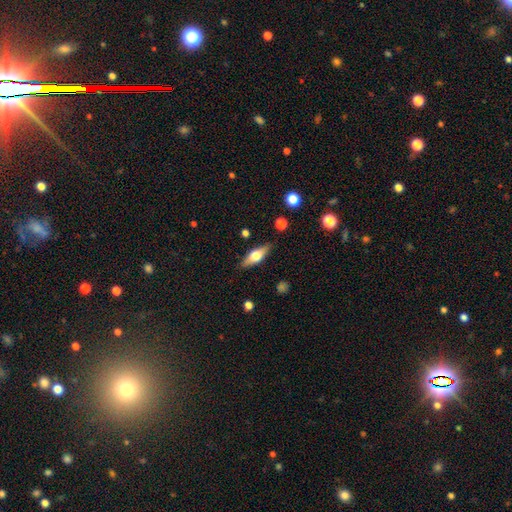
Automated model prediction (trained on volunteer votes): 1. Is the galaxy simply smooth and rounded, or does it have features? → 48% smooth, 45% featured or disk, 7% star or artifact.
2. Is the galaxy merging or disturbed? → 85% none, 11% minor disturbance, 2% major disturbance, 2% merger.